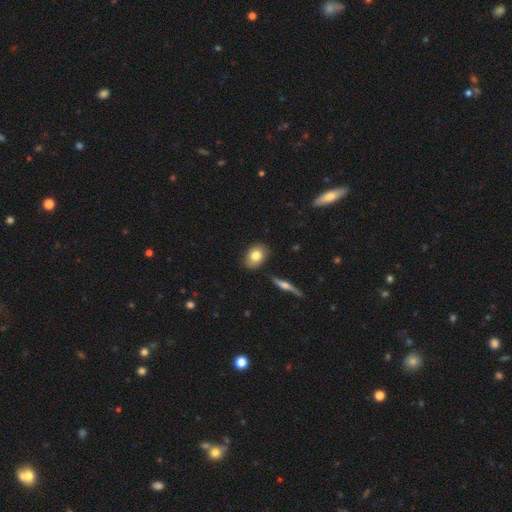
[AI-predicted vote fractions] The model was most divided on "how rounded": in between: 74%, round: 24%, cigar-shaped: 2%. More confident: merging — none (84%); smooth or featured — smooth (79%).